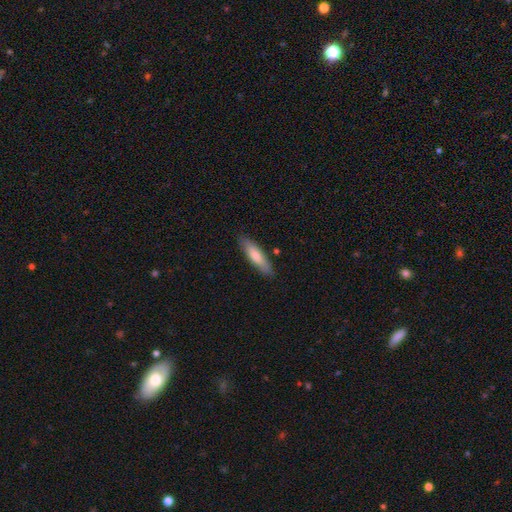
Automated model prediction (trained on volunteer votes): The model was most divided on "how rounded": cigar-shaped: 68%, in between: 30%, round: 1%. More confident: merging — none (86%); smooth or featured — smooth (74%).